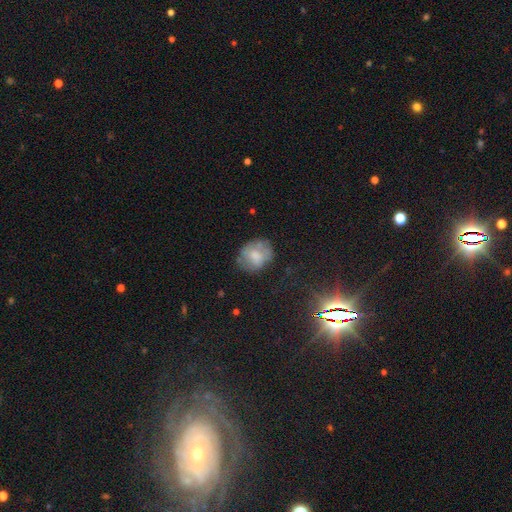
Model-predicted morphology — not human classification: Smooth or featured? smooth (58%)
How rounded? round (64%)
Merging? none (61%)